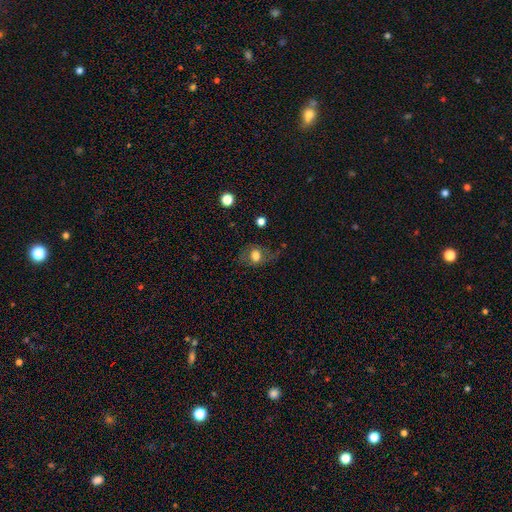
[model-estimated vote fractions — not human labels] A smooth galaxy with no disk features (65%) that is round (52%).

Vote fractions:
- Smooth or featured? smooth: 65% / featured or disk: 24% / star or artifact: 11%
- How rounded? round: 52% / in between: 47% / cigar-shaped: 2%
- Merging? none: 55% / minor disturbance: 23% / major disturbance: 19% / merger: 2%